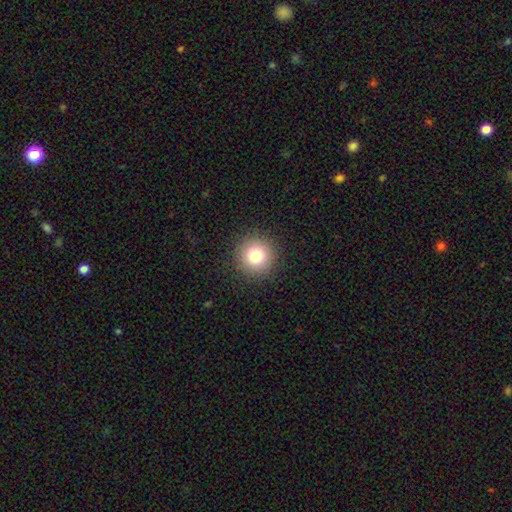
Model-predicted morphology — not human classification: Q: Smooth or featured?
A: smooth (80%); runner-up: star or artifact (12%)
Q: How rounded?
A: round (94%); runner-up: in between (5%)
Q: Merging?
A: none (91%); runner-up: minor disturbance (6%)